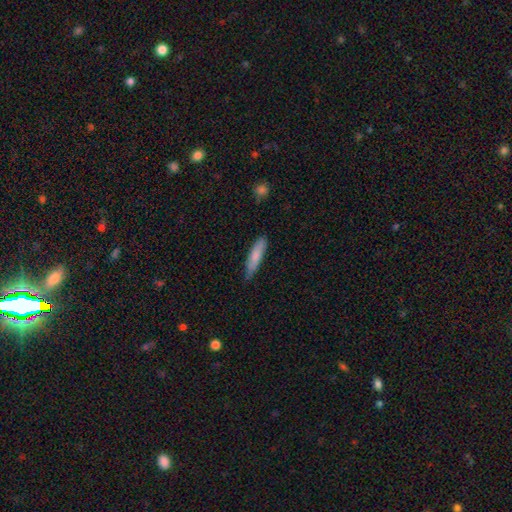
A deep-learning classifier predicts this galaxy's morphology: This is likely a smooth galaxy (79%). How rounded: likely cigar-shaped (75%). Merging: likely none (74%).